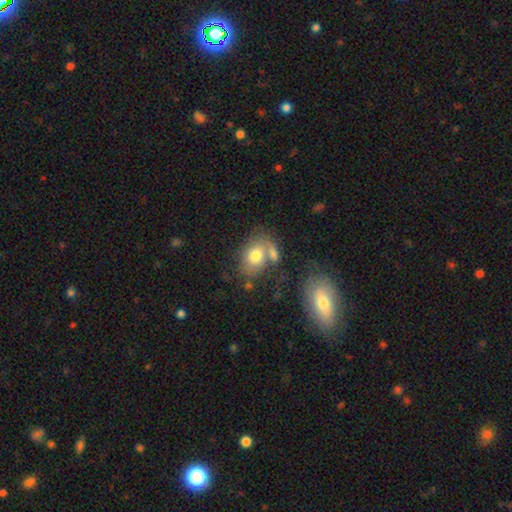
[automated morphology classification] type=smooth (70%); roundness=in between (71%); merging=none (41%).